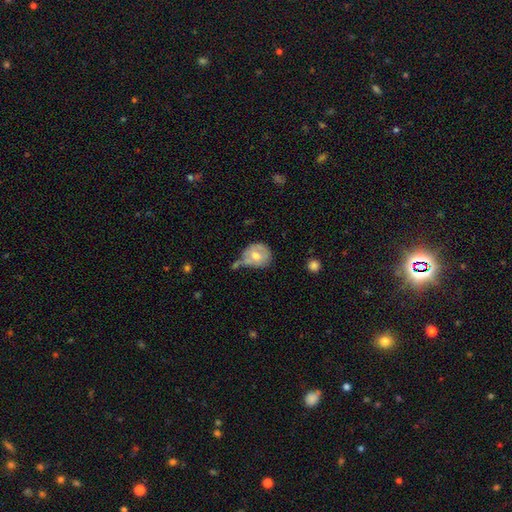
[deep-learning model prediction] Smooth or featured?
  - smooth: 57% *
  - featured or disk: 36%
  - star or artifact: 7%
How rounded?
  - round: 74% *
  - in between: 25%
  - cigar-shaped: 1%
Merging?
  - none: 35% *
  - minor disturbance: 29%
  - merger: 20%
  - major disturbance: 16%